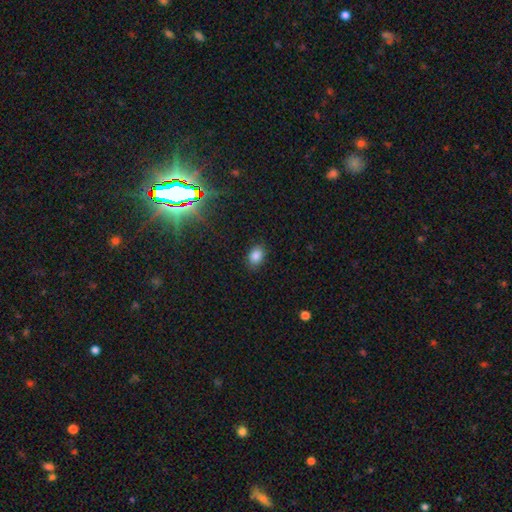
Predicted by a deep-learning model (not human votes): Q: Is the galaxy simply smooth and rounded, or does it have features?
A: smooth — 85%.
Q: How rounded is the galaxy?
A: in between — 77%.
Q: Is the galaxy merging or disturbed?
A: none — 86%.